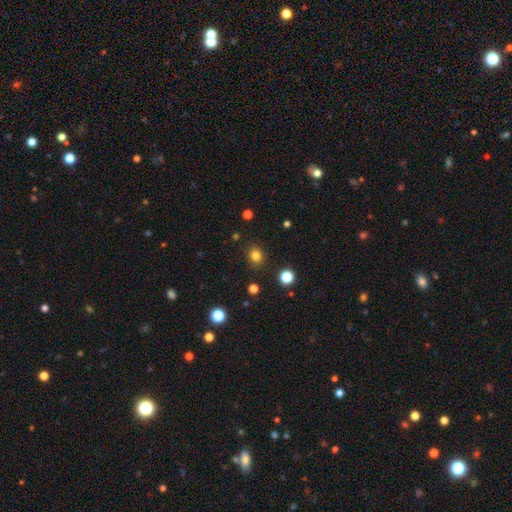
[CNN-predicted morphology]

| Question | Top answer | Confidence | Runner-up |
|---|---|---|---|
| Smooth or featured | smooth | 81% | star or artifact (14%) |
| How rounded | round | 72% | in between (27%) |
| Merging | none | 87% | minor disturbance (9%) |